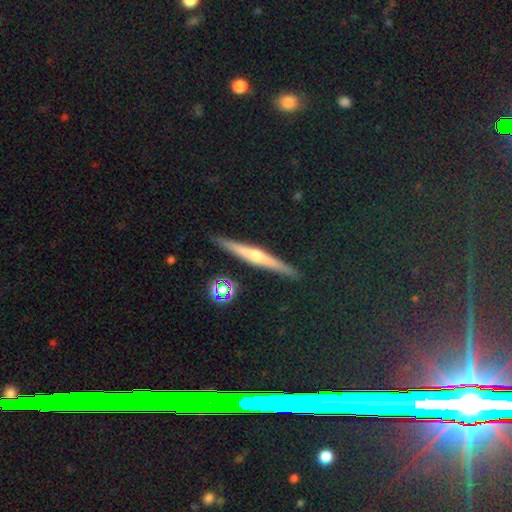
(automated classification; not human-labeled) A featured or disk galaxy (64%) viewed edge-on (97%) with a rounded central bulge (84%).

Vote fractions:
- Smooth or featured? featured or disk: 64% / smooth: 21% / star or artifact: 15%
- Edge-on disk? yes: 97% / no: 3%
- Edge-on bulge? rounded: 84% / none: 11% / boxy: 5%
- Merging? none: 91% / minor disturbance: 6% / merger: 1% / major disturbance: 1%